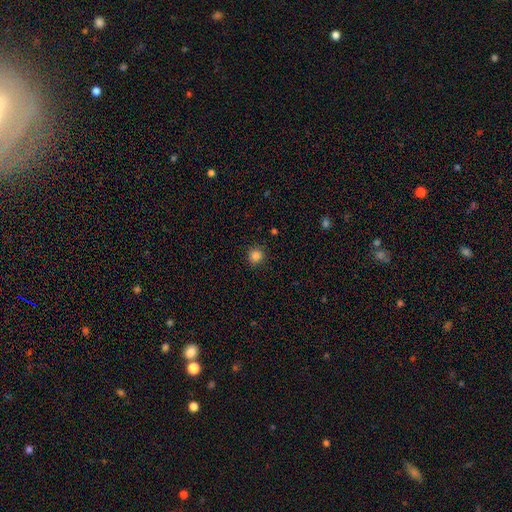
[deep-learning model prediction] smooth-or-featured: smooth: 85% | star or artifact: 12% | featured or disk: 3%
  how-rounded: round: 91% | in between: 8% | cigar-shaped: 1%
  merging: none: 90% | minor disturbance: 6% | major disturbance: 2% | merger: 1%